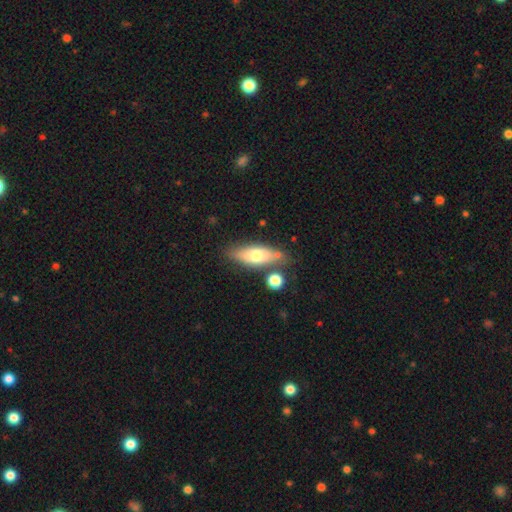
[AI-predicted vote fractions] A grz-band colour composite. It shows a smooth galaxy with no disk features (63%) that is in between round and cigar-shaped (64%). Merging: none (69%).